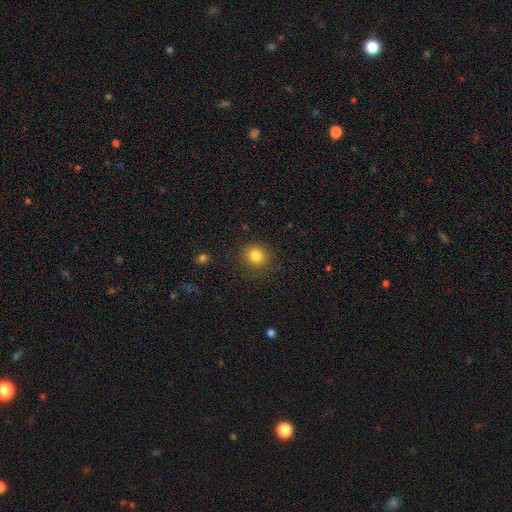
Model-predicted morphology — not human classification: This appears to be a smooth galaxy with no disk features (83%) that is round (84%). Merging: none (87%).